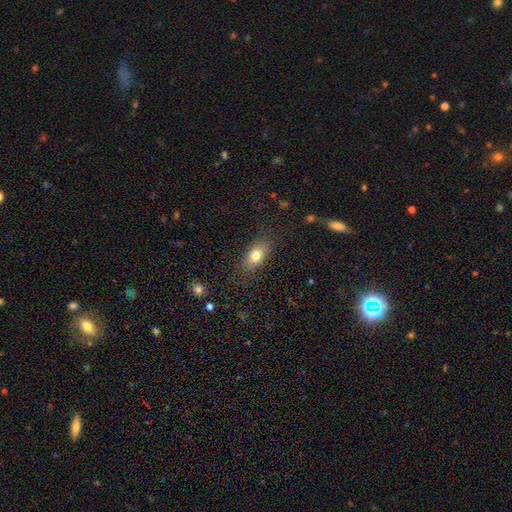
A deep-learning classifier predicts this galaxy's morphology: Smooth or featured: smooth — 78% (featured or disk — 13%)
How rounded: in between — 83% (round — 9%)
Merging: none — 82% (minor disturbance — 13%)